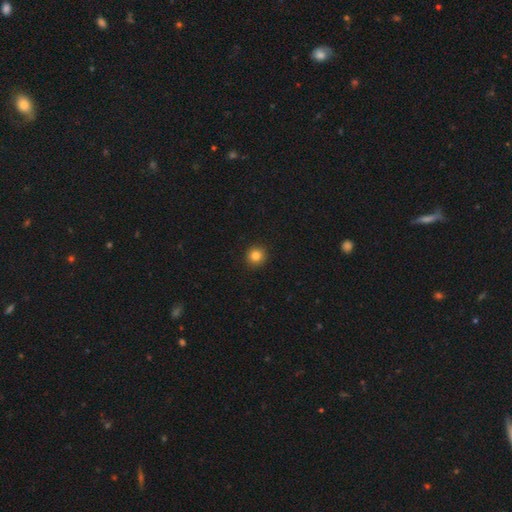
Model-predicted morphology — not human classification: Q: Smooth or featured?
A: smooth (83%); runner-up: star or artifact (12%)
Q: How rounded?
A: round (95%); runner-up: in between (4%)
Q: Merging?
A: none (93%); runner-up: minor disturbance (5%)